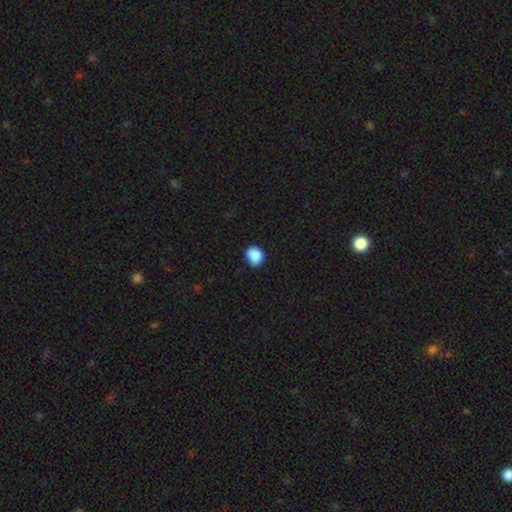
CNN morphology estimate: This appears to be a smooth galaxy with no disk features (86%) that is round (55%). Merging: none (68%).